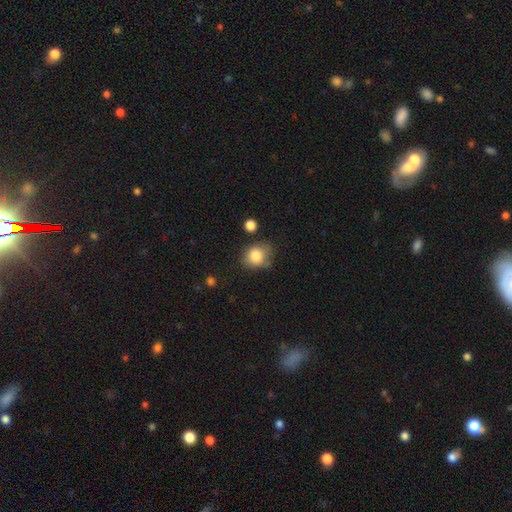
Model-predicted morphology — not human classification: A smooth galaxy with no disk features (82%) that is round (59%).

Vote fractions:
- Smooth or featured? smooth: 82% / star or artifact: 10% / featured or disk: 8%
- How rounded? round: 59% / in between: 40% / cigar-shaped: 1%
- Merging? none: 58% / minor disturbance: 26% / major disturbance: 8% / merger: 8%